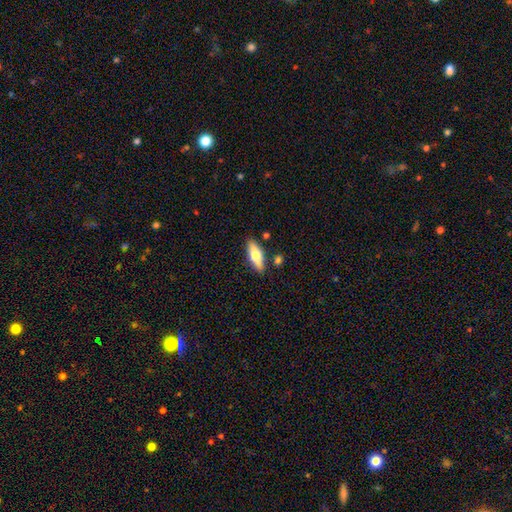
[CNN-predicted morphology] type=smooth (61%); roundness=in between (55%); merging=none (83%).